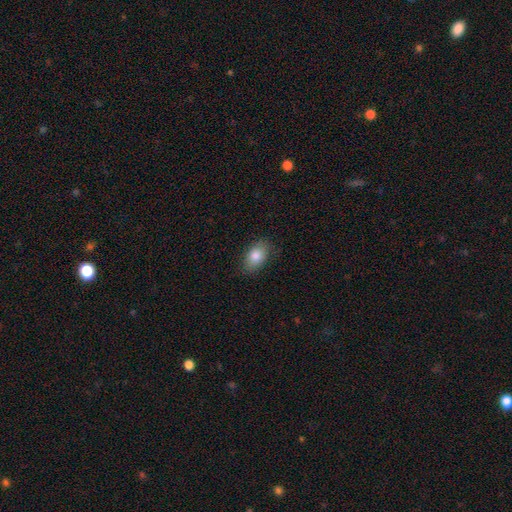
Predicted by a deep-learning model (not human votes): Smooth or featured: smooth — 84% (featured or disk — 9%)
How rounded: in between — 89% (round — 9%)
Merging: none — 83% (minor disturbance — 13%)